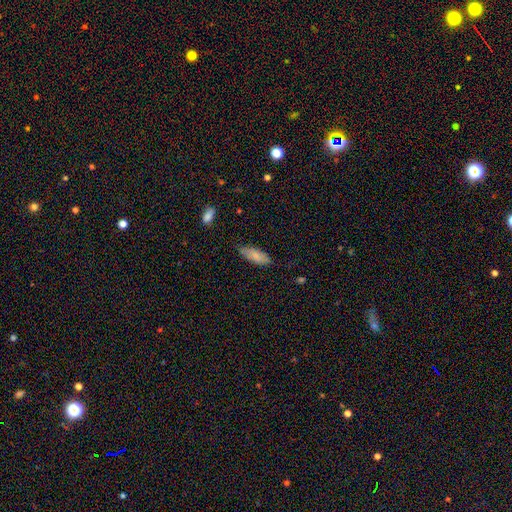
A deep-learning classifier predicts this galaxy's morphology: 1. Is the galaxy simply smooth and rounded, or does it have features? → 81% smooth, 13% featured or disk, 6% star or artifact.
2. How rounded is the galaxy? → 73% in between, 25% cigar-shaped, 2% round.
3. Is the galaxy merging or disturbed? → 72% none, 23% minor disturbance, 4% major disturbance, 2% merger.